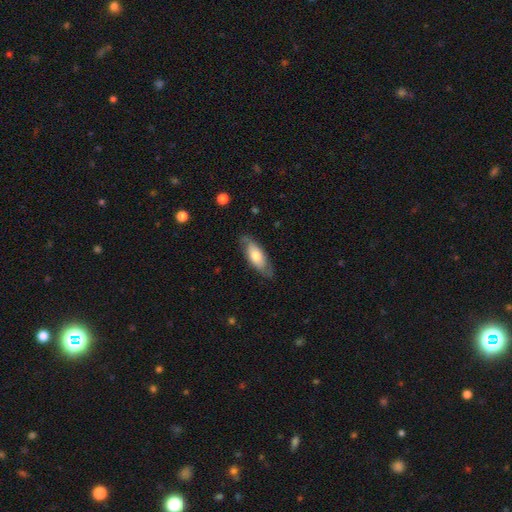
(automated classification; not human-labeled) Smooth or featured? Predicted: smooth (p=0.59). How rounded? Predicted: in between (p=0.73). Merging? Predicted: none (p=0.74).